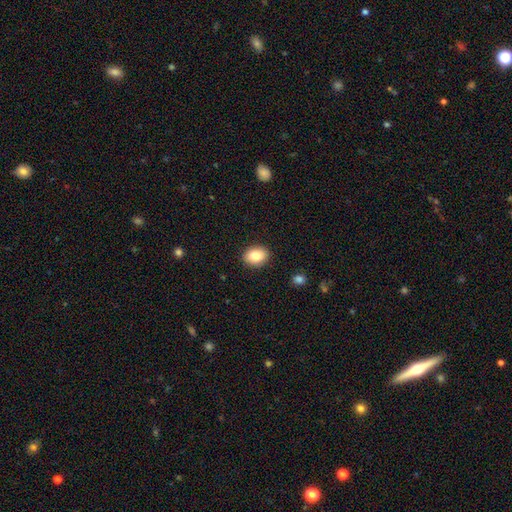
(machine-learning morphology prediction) Q: Smooth or featured?
A: smooth (84%); runner-up: star or artifact (8%)
Q: How rounded?
A: in between (64%); runner-up: round (35%)
Q: Merging?
A: none (90%); runner-up: minor disturbance (7%)